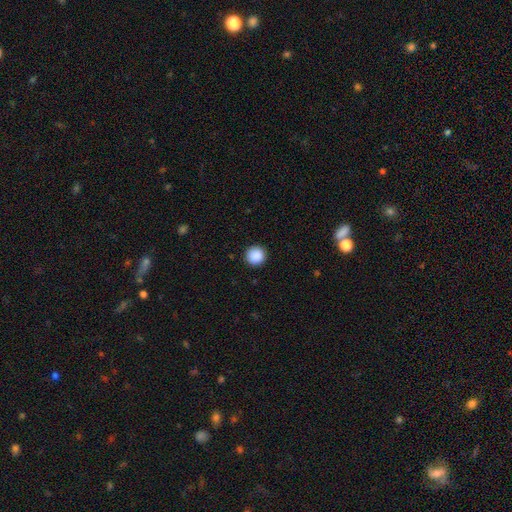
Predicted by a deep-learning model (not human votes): The model was most divided on "smooth or featured": smooth: 89%, star or artifact: 9%, featured or disk: 2%. More confident: how rounded — round (95%); merging — none (92%).